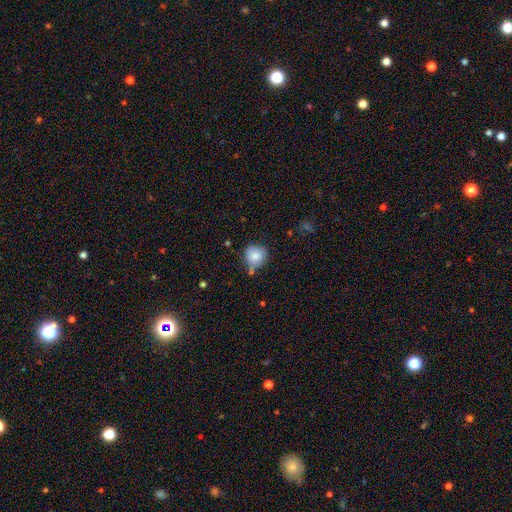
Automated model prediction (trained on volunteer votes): smooth-or-featured: smooth: 84% | star or artifact: 9% | featured or disk: 8%
  how-rounded: round: 88% | in between: 11% | cigar-shaped: 1%
  merging: none: 62% | minor disturbance: 23% | merger: 10% | major disturbance: 6%